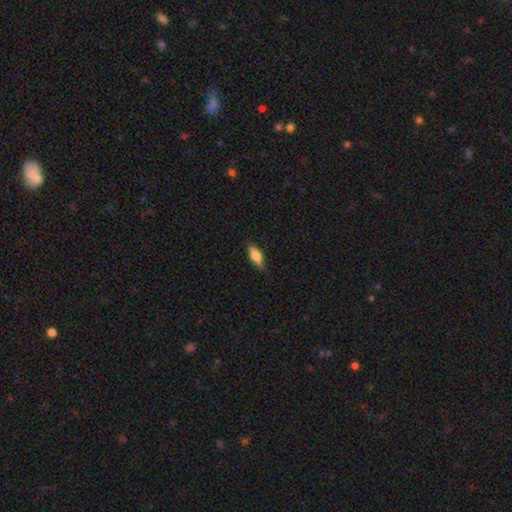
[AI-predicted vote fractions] smooth_or_featured: smooth (p=0.70) [alt: featured or disk p=0.23]
how_rounded: in between (p=0.72) [alt: cigar-shaped p=0.24]
merging: none (p=0.77) [alt: minor disturbance p=0.19]